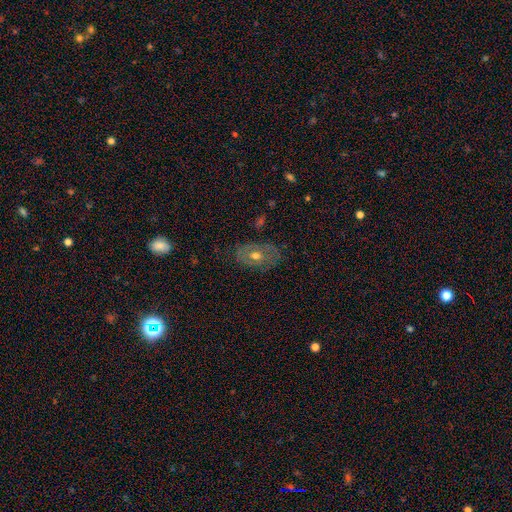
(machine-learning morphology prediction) Overall: featured or disk (56%; smooth 34%). Edge-on disk: no (91%). Bar: no (80%). Spiral arms: no (66%; yes 34%). Bulge size: moderate (75%). Merging: none (77%).